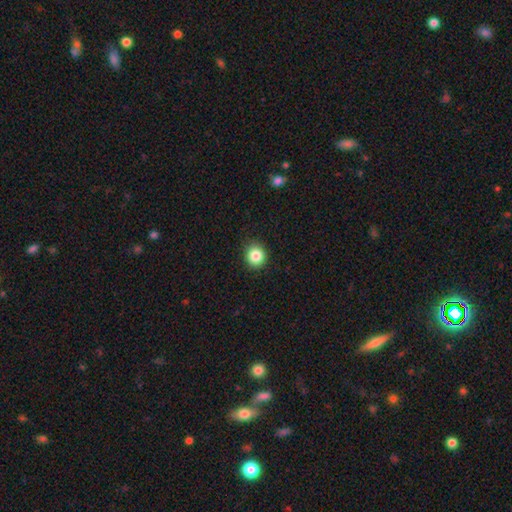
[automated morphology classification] smooth-or-featured: smooth: 85% | star or artifact: 10% | featured or disk: 5%
  how-rounded: round: 86% | in between: 13% | cigar-shaped: 1%
  merging: none: 89% | minor disturbance: 8% | major disturbance: 2% | merger: 1%